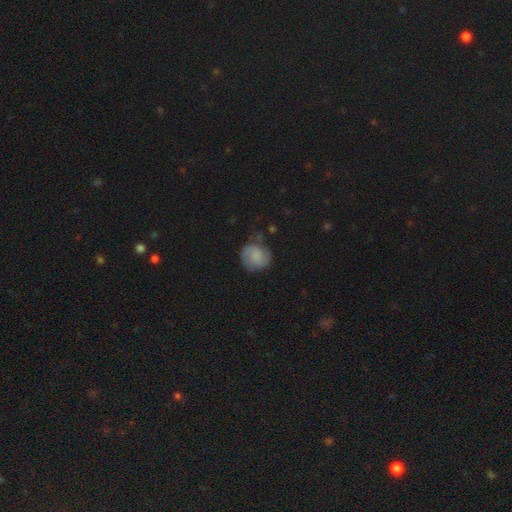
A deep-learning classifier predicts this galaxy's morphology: The model was most divided on "smooth or featured": smooth: 56%, featured or disk: 37%, star or artifact: 8%. More confident: how rounded — round (84%); merging — none (69%).